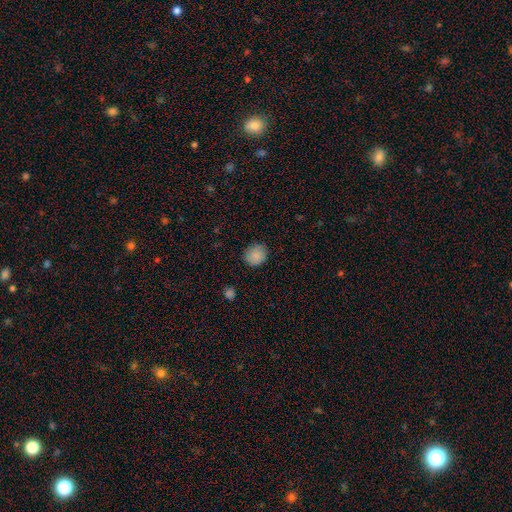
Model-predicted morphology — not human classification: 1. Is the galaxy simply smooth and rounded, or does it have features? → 87% smooth, 8% star or artifact, 5% featured or disk.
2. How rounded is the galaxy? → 73% round, 26% in between, 1% cigar-shaped.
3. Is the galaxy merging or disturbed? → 84% none, 12% minor disturbance, 3% major disturbance, 1% merger.